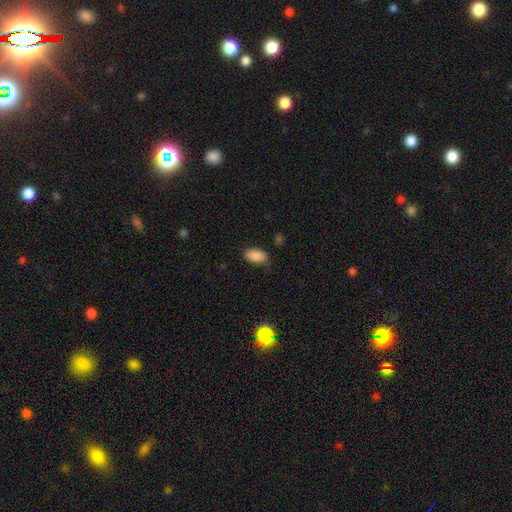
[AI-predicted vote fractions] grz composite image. It shows a smooth galaxy with no disk features (88%) that is in between round and cigar-shaped (93%). Merging: none (74%).